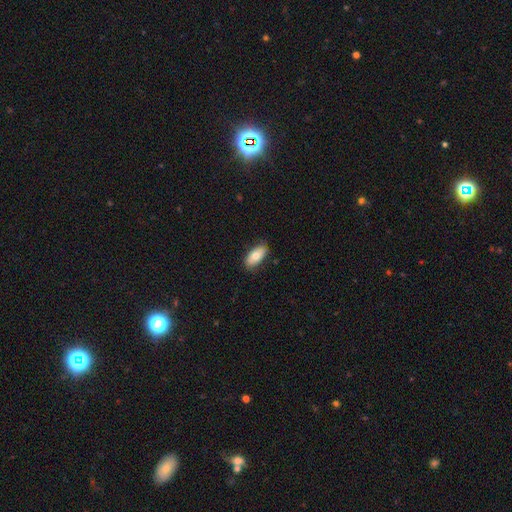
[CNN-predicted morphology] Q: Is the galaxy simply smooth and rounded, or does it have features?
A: smooth — 74%.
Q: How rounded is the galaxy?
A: in between — 90%.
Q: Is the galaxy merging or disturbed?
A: none — 82%.